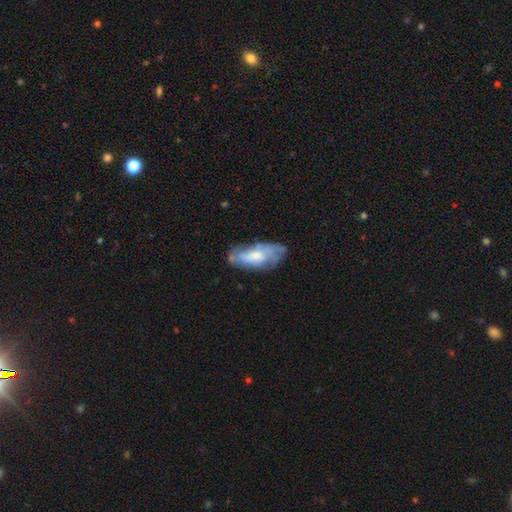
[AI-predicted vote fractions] Q: Smooth or featured?
A: featured or disk (48%); runner-up: smooth (46%)
Q: Merging?
A: none (60%); runner-up: minor disturbance (26%)